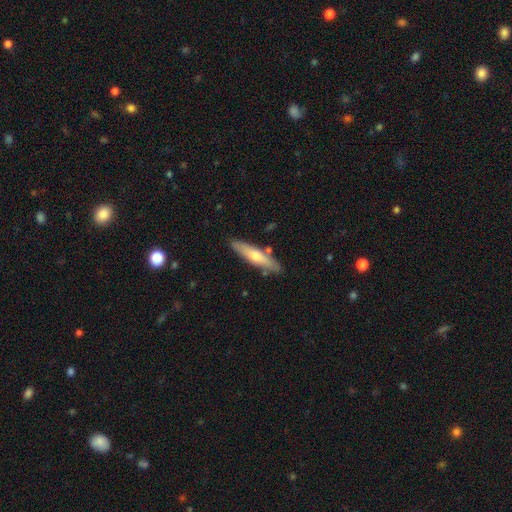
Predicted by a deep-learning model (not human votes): smooth_or_featured: smooth (p=0.52) [alt: featured or disk p=0.42]
how_rounded: cigar-shaped (p=0.80) [alt: in between p=0.18]
merging: none (p=0.84) [alt: minor disturbance p=0.10]